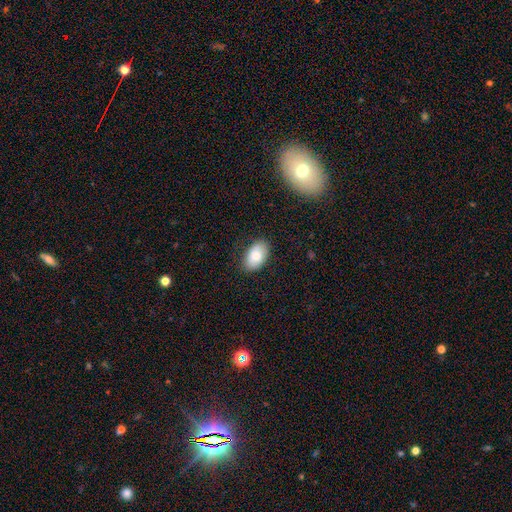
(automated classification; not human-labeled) smooth 81%, featured or disk 13%, star or artifact 7%. Down the decision tree: how rounded — in between (93%); merging — none (83%).